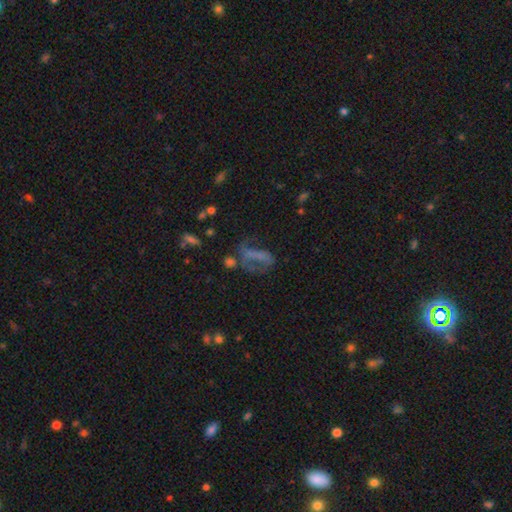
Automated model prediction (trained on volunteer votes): Smooth or featured: featured or disk — 40% (smooth — 35%)
Merging: major disturbance — 42% (none — 29%)